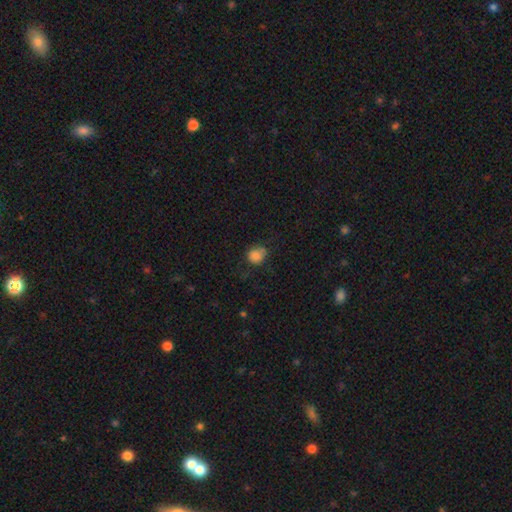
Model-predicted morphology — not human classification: smooth 82%, star or artifact 11%, featured or disk 8%. Down the decision tree: how rounded — round (77%); merging — none (61%).